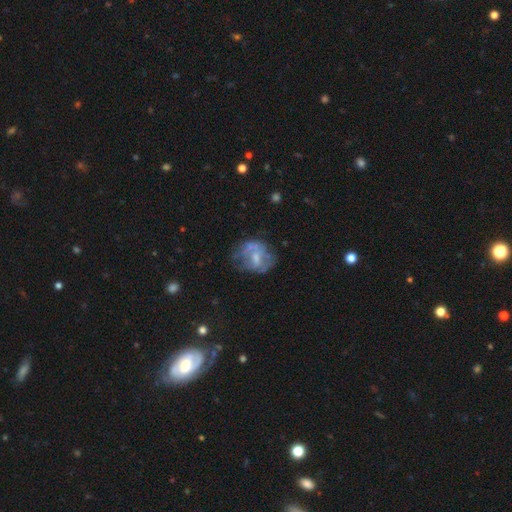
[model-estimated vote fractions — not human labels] This is possibly a featured or disk galaxy (58%). It is clearly not viewed edge-on (97%). Bar: possibly no (55%). Spiral arm pattern: likely no (64%). Central bulge: marginally moderate (39%). Merging: possibly none (47%).